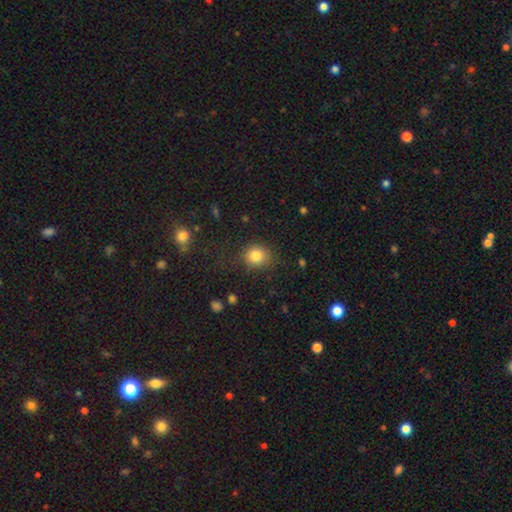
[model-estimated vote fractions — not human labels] Smooth or featured: smooth — 83% (star or artifact — 11%)
How rounded: round — 72% (in between — 27%)
Merging: none — 79% (minor disturbance — 14%)